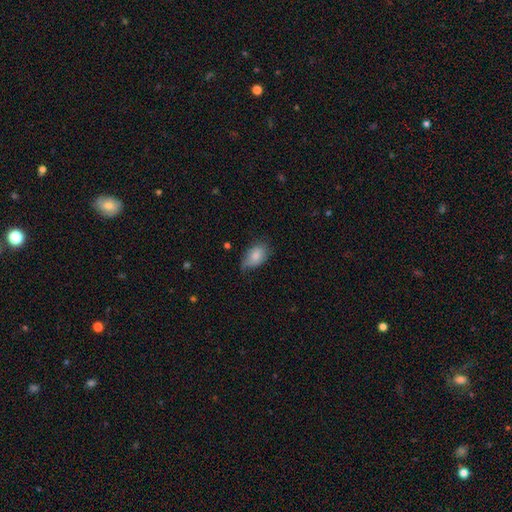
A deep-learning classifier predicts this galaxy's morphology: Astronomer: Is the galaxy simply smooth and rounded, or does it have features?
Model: smooth — 79%.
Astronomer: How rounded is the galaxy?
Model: in between — 89%.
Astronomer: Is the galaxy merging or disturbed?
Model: none — 48% (runner-up: minor disturbance, 40%).